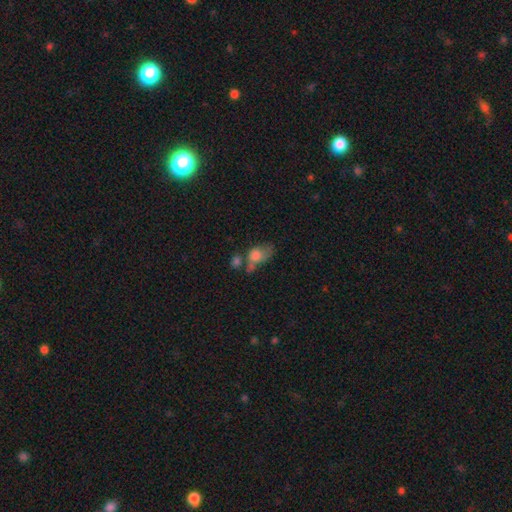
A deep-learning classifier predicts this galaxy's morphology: This appears to be a smooth galaxy with no disk features (72%) that is in between round and cigar-shaped (73%). Merging: merger (41%).